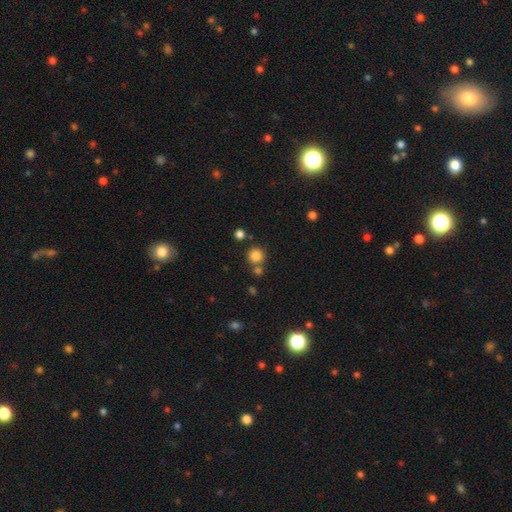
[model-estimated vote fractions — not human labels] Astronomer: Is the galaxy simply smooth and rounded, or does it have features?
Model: smooth — 83%.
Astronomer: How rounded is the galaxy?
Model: round — 93%.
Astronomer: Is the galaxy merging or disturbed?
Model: none — 73%.